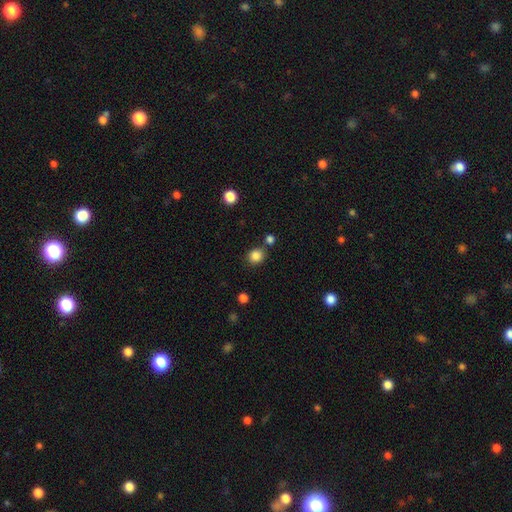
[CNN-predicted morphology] Smooth or featured? Predicted: smooth (p=0.85). How rounded? Predicted: round (p=0.75). Merging? Predicted: none (p=0.77).